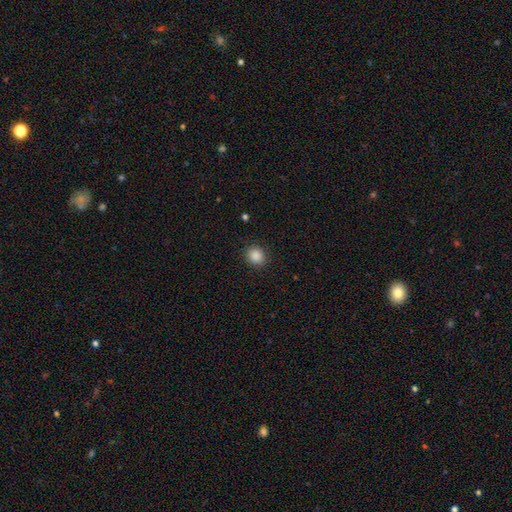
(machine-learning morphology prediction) Q: Smooth or featured?
A: smooth (87%); runner-up: star or artifact (10%)
Q: How rounded?
A: round (79%); runner-up: in between (20%)
Q: Merging?
A: none (89%); runner-up: minor disturbance (7%)